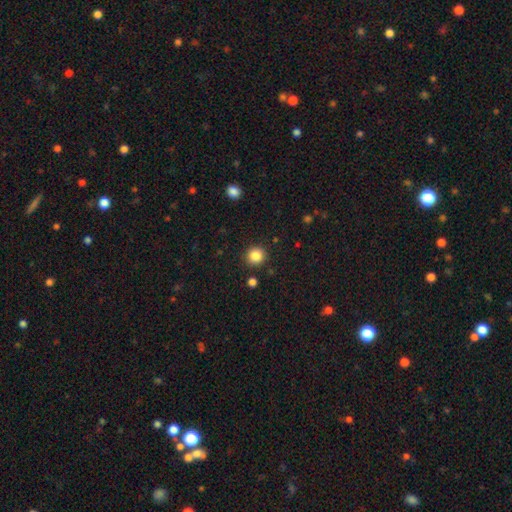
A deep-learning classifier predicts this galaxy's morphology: Smooth or featured?
  - smooth: 86% *
  - star or artifact: 11%
  - featured or disk: 4%
How rounded?
  - round: 92% *
  - in between: 7%
  - cigar-shaped: 1%
Merging?
  - none: 90% *
  - minor disturbance: 6%
  - major disturbance: 2%
  - merger: 2%